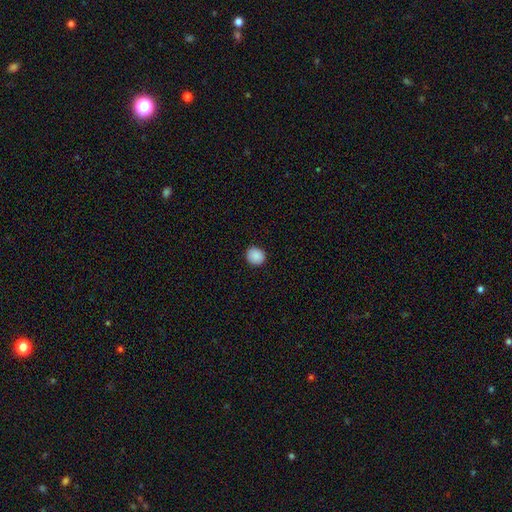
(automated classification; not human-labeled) Morphology: type=smooth (89%); roundness=round (81%); merging=none (90%).